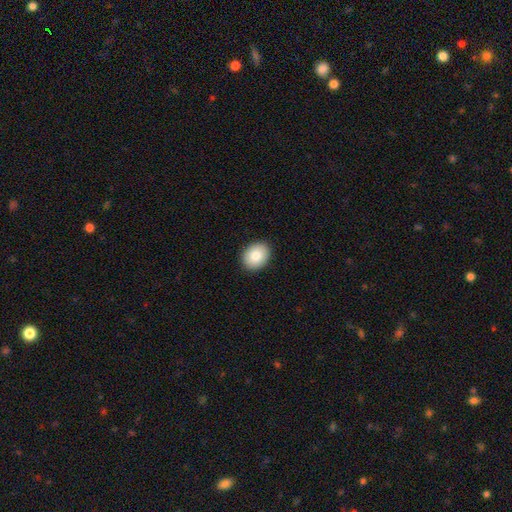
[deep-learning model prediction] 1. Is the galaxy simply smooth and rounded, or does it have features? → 84% smooth, 8% featured or disk, 7% star or artifact.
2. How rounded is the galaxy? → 56% in between, 43% round, 1% cigar-shaped.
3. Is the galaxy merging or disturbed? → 91% none, 7% minor disturbance, 2% major disturbance, 1% merger.